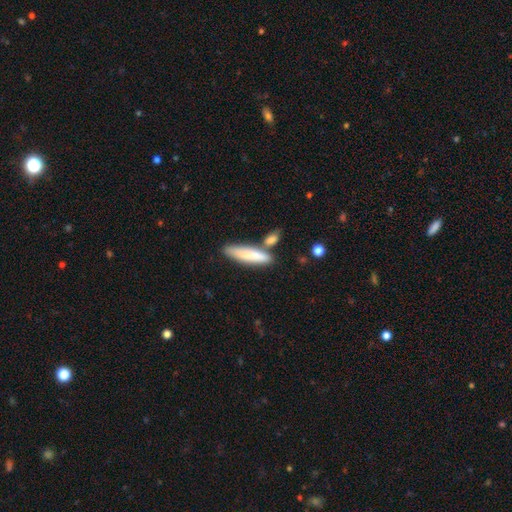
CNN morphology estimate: This is likely a smooth galaxy (80%). How rounded: likely cigar-shaped (78%). Merging: likely none (65%).